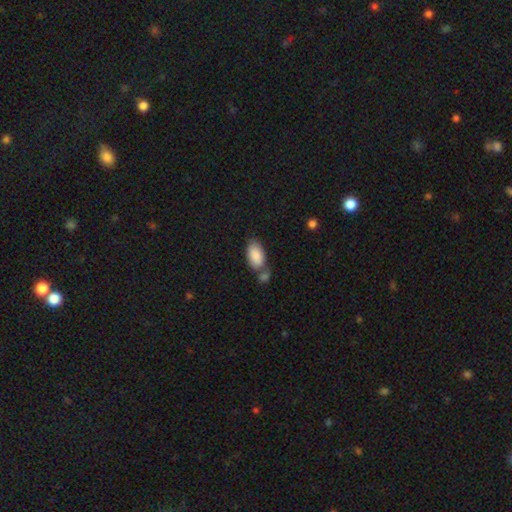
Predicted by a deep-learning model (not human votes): Smooth or featured?
  - smooth: 87% *
  - featured or disk: 7%
  - star or artifact: 6%
How rounded?
  - in between: 94% *
  - cigar-shaped: 3%
  - round: 3%
Merging?
  - none: 48% *
  - merger: 32%
  - minor disturbance: 15%
  - major disturbance: 5%